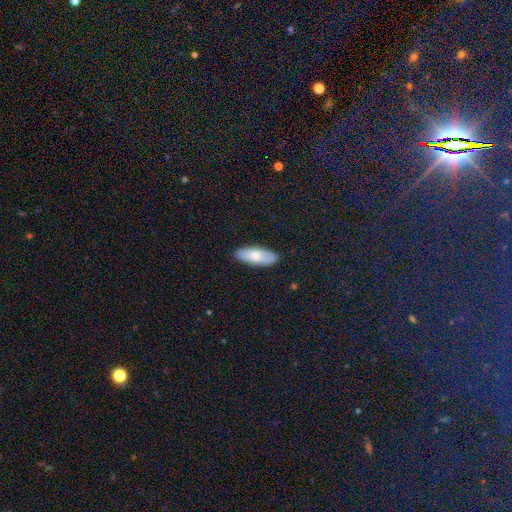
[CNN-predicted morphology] smooth 78%, featured or disk 17%, star or artifact 6%. Down the decision tree: how rounded — in between (72%); merging — none (87%).